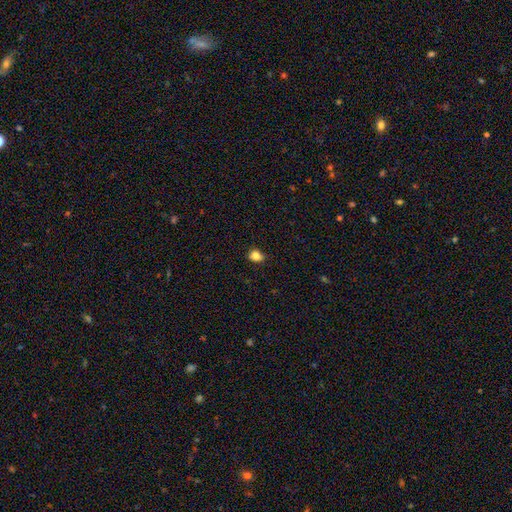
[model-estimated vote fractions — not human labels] Morphology: type=smooth (84%); roundness=in between (54%); merging=none (80%).